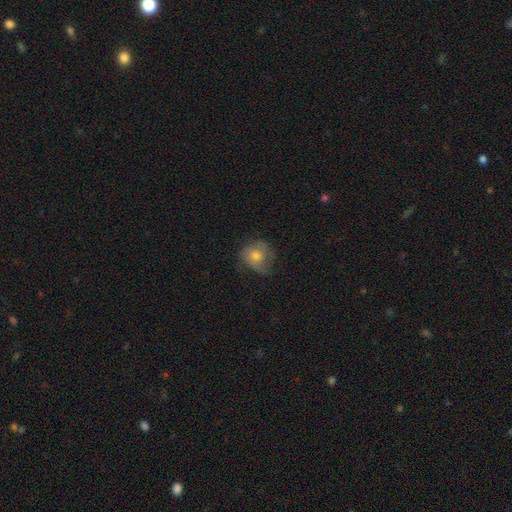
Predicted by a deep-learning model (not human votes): This appears to be a smooth galaxy with no disk features (58%) that is round (73%). Merging: none (51%).